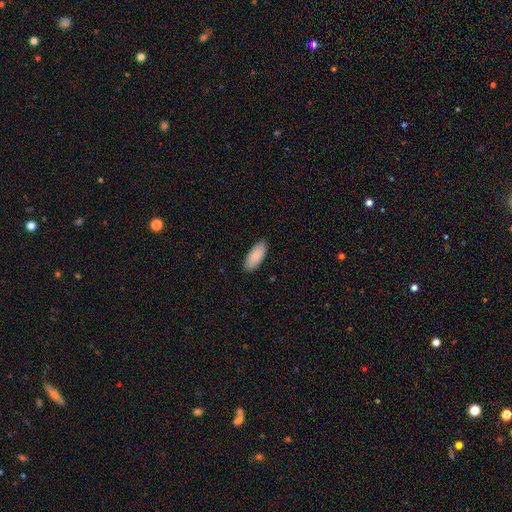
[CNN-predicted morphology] Smooth or featured: smooth — 90% (star or artifact — 6%)
How rounded: in between — 89% (cigar-shaped — 10%)
Merging: none — 89% (minor disturbance — 9%)